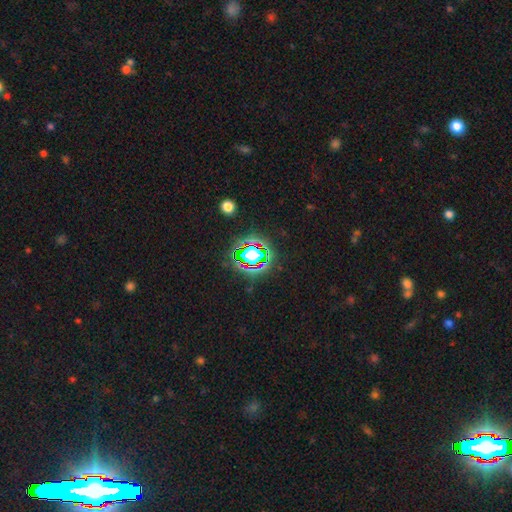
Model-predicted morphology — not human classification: Smooth or featured? Predicted: star or artifact (p=0.74).